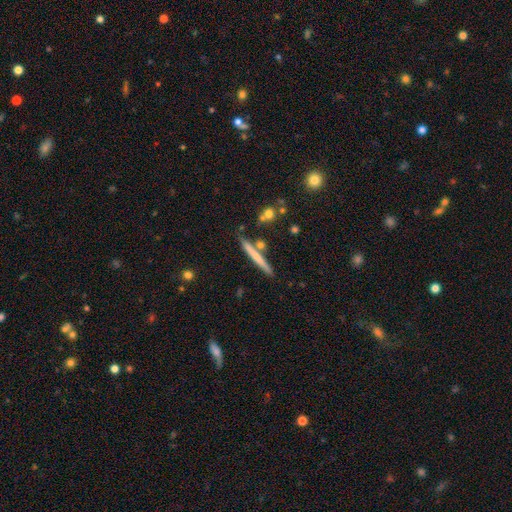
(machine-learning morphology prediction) This appears to be a smooth galaxy with no disk features (55%) that is cigar-shaped (95%). Merging: none (82%).